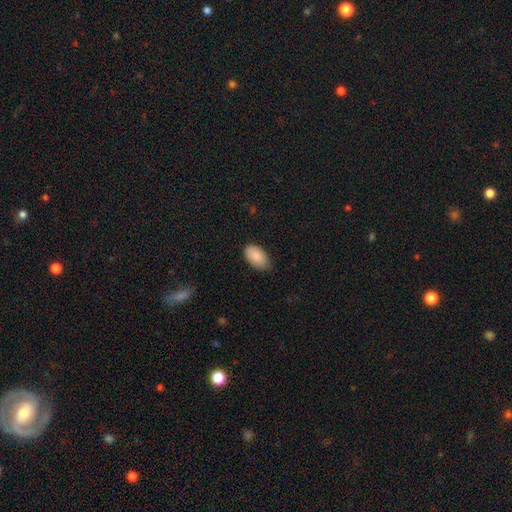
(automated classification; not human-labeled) A smooth galaxy with no disk features (88%) that is in between round and cigar-shaped (95%). Merging: none (72%).